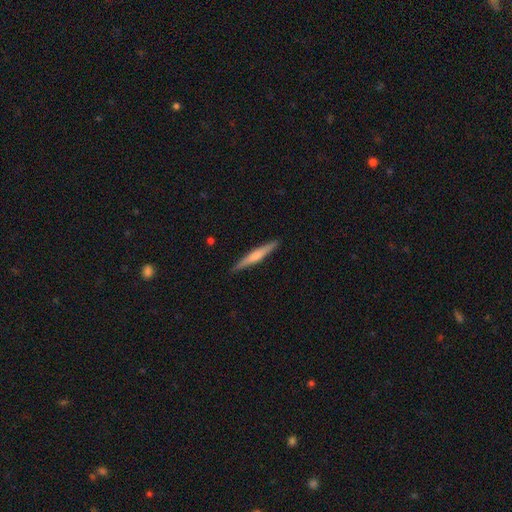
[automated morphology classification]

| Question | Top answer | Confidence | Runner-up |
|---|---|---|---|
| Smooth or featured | featured or disk | 49% | smooth (46%) |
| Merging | none | 90% | minor disturbance (7%) |